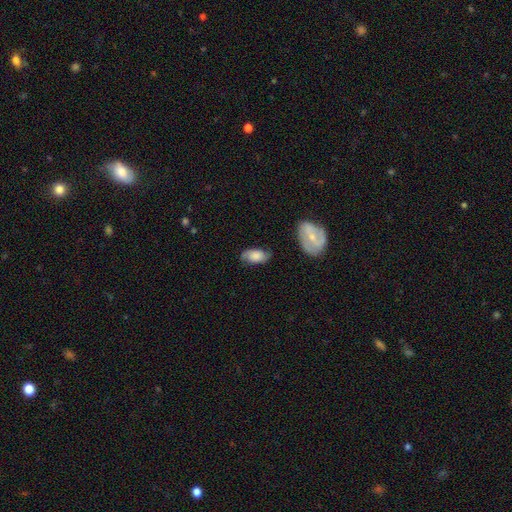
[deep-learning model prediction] Overall: smooth (55%; featured or disk 37%). How rounded: in between (90%). Merging: none (69%).